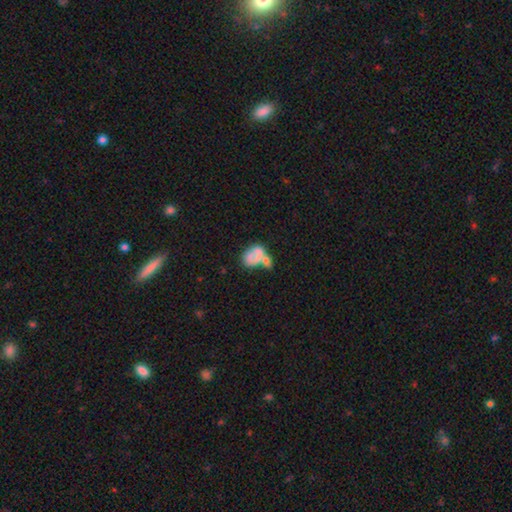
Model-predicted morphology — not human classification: This is possibly a smooth galaxy (57%). How rounded: clearly in between (82%). Merging: possibly merger (51%).